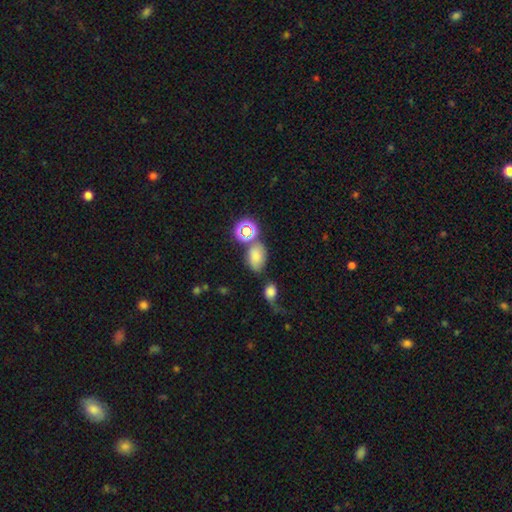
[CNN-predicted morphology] Smooth or featured: smooth — 72% (star or artifact — 18%)
How rounded: in between — 80% (round — 18%)
Merging: none — 54% (merger — 19%)